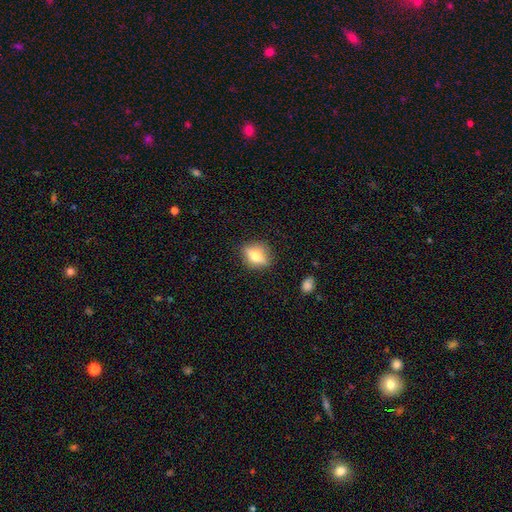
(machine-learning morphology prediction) type=smooth (48%); merging=none (83%).